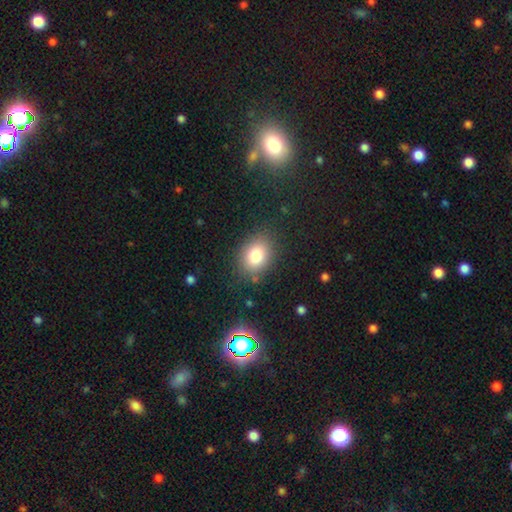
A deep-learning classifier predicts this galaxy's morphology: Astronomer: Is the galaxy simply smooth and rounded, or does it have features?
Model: smooth — 80%.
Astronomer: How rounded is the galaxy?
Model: in between — 60% (runner-up: round, 39%).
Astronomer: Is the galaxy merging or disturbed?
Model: none — 83%.